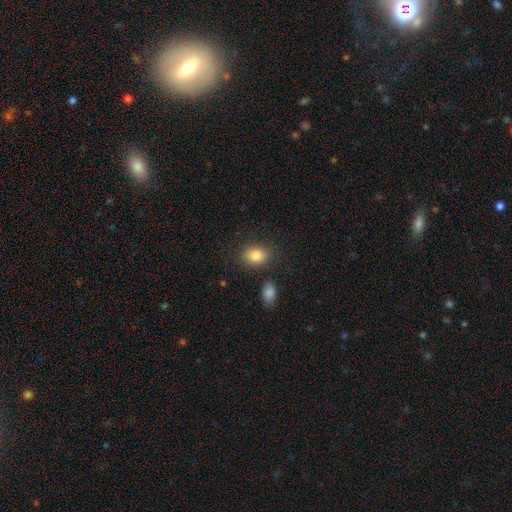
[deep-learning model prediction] This is clearly a smooth galaxy (83%). How rounded: likely in between (64%). Merging: clearly none (80%).